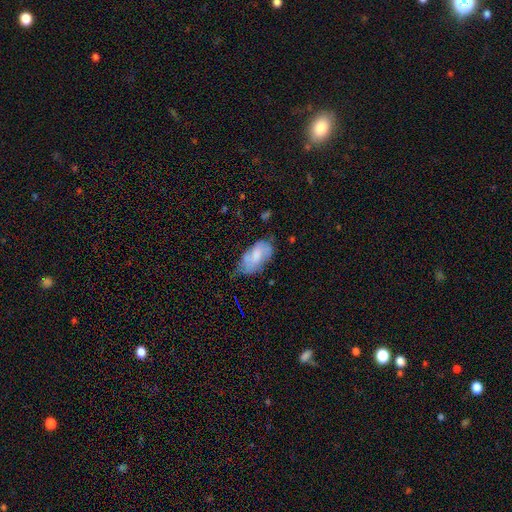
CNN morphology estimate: Smooth or featured? smooth (59%)
How rounded? in between (93%)
Merging? none (48%)